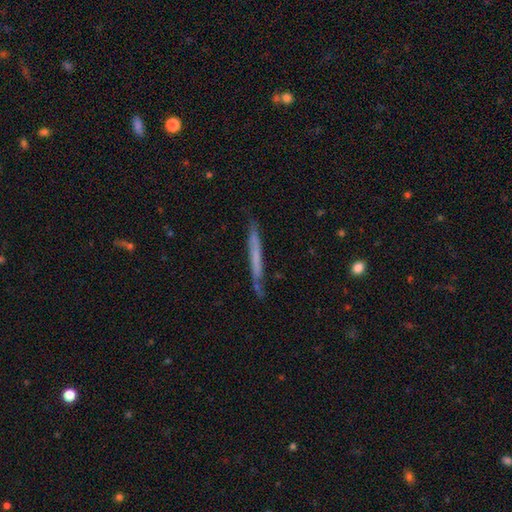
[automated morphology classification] type=smooth (47%, tied with featured or disk); merging=none (78%).